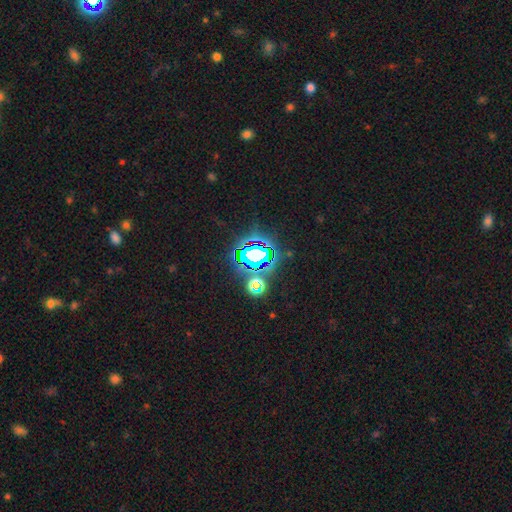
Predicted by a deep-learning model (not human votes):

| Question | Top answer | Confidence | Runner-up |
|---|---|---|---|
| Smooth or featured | star or artifact | 70% | smooth (17%) |